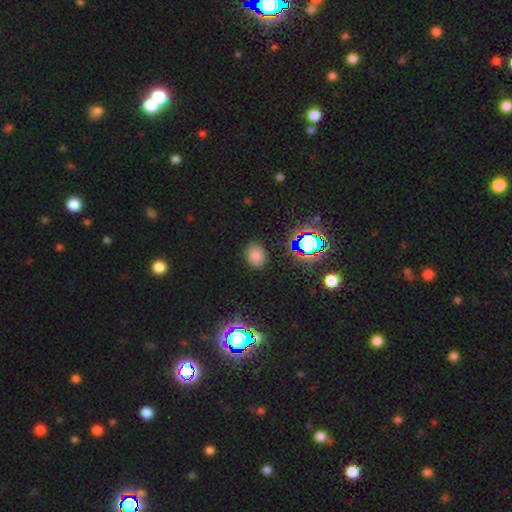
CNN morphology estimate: Smooth or featured?
  - smooth: 71% *
  - star or artifact: 23%
  - featured or disk: 6%
How rounded?
  - round: 51% *
  - in between: 48%
  - cigar-shaped: 1%
Merging?
  - none: 87% *
  - minor disturbance: 9%
  - major disturbance: 3%
  - merger: 2%